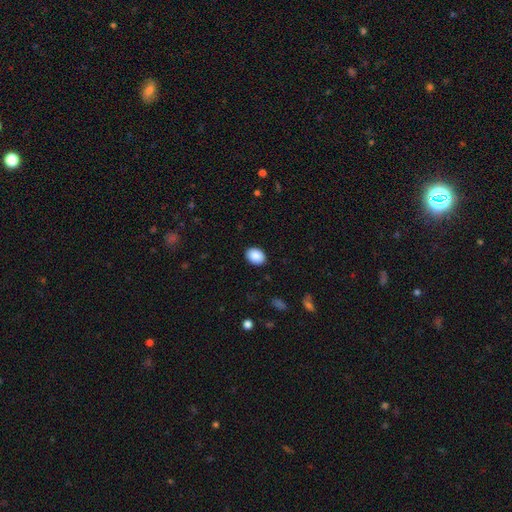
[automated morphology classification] type=smooth (90%); roundness=in between (69%); merging=none (90%).